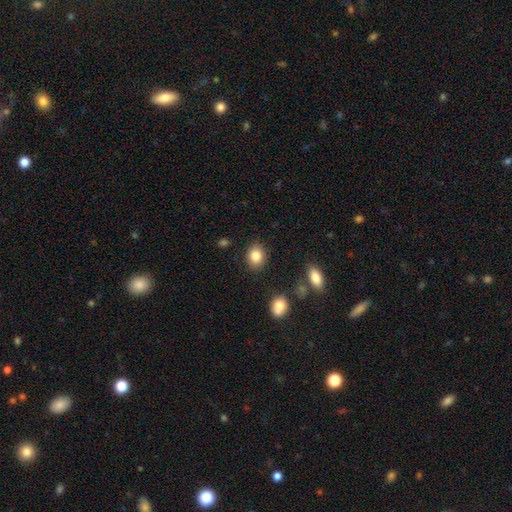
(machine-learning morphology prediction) This appears to be a smooth galaxy with no disk features (84%) that is round (52%). Merging: none (87%).